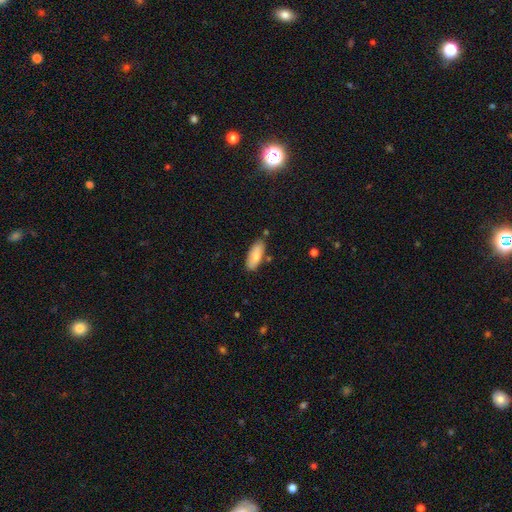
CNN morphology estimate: smooth-or-featured: smooth: 80% | featured or disk: 14% | star or artifact: 6%
  how-rounded: in between: 79% | cigar-shaped: 19% | round: 2%
  merging: none: 78% | minor disturbance: 15% | merger: 4% | major disturbance: 3%